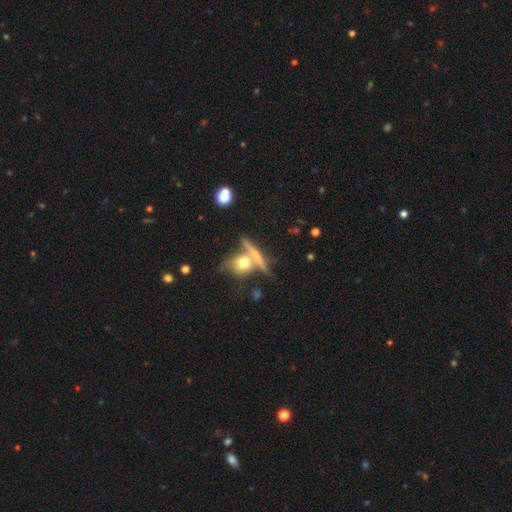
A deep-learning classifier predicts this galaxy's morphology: smooth 51%, featured or disk 40%, star or artifact 9%. Down the decision tree: how rounded — cigar-shaped (45%); merging — none (55%).